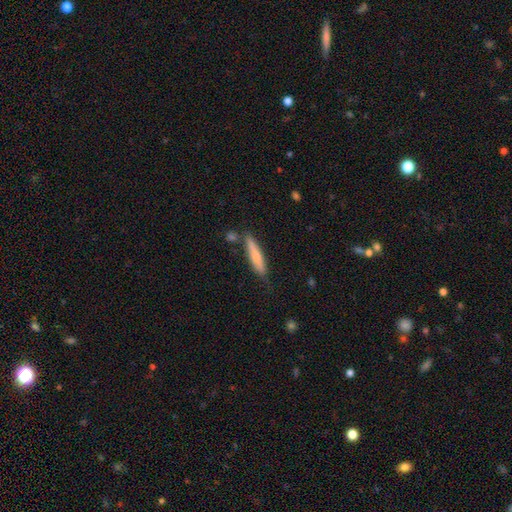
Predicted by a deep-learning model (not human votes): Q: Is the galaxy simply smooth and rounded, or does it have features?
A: smooth — 68%.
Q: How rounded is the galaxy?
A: cigar-shaped — 88%.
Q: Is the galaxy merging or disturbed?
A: none — 74%.